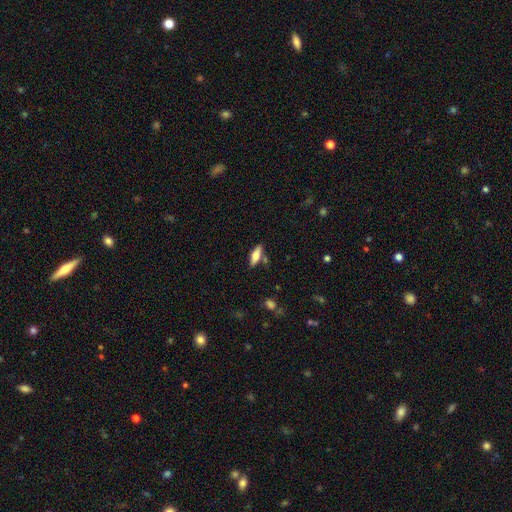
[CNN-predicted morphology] type=smooth (63%); roundness=in between (61%); merging=none (77%).